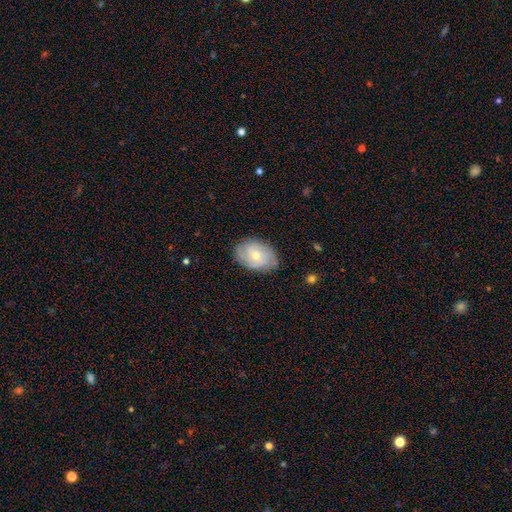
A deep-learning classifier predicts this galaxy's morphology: The model was most divided on "bulge size": moderate: 49%, small: 48%, large: 2%, none: 1%, dominant: 1%. More confident: edge-on disk — no (95%); spiral arms — yes (82%); merging — none (79%); bar — no (74%); smooth or featured — featured or disk (60%).